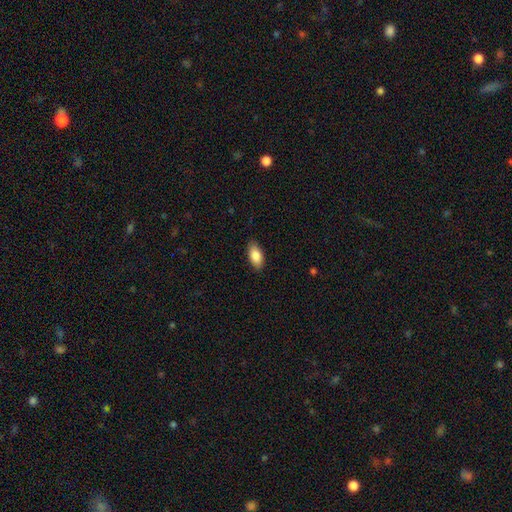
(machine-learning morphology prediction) smooth 86%, featured or disk 7%, star or artifact 6%. Down the decision tree: how rounded — in between (91%); merging — none (86%).